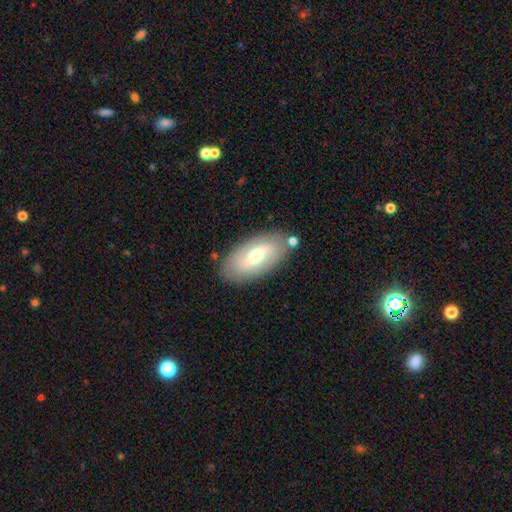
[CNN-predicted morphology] This is possibly a smooth galaxy (51%). How rounded: clearly in between (92%). Merging: clearly none (81%).